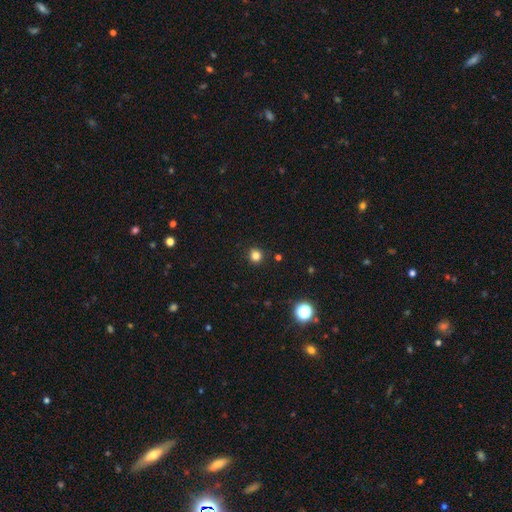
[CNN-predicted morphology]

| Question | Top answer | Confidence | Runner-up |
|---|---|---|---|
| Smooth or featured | smooth | 82% | star or artifact (14%) |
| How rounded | round | 88% | in between (11%) |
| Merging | none | 90% | minor disturbance (6%) |